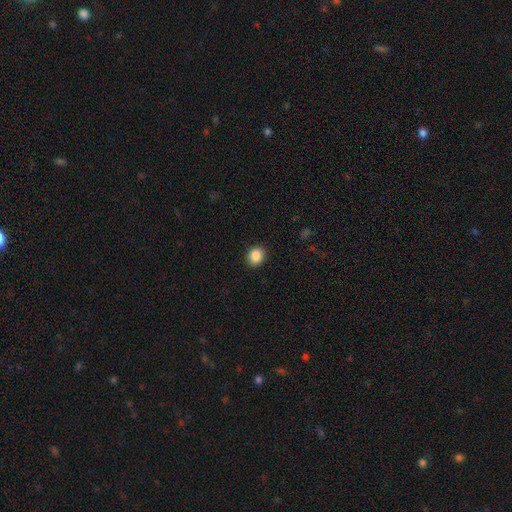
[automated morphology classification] The model was most divided on "how rounded": round: 71%, in between: 28%, cigar-shaped: 1%. More confident: merging — none (90%); smooth or featured — smooth (88%).